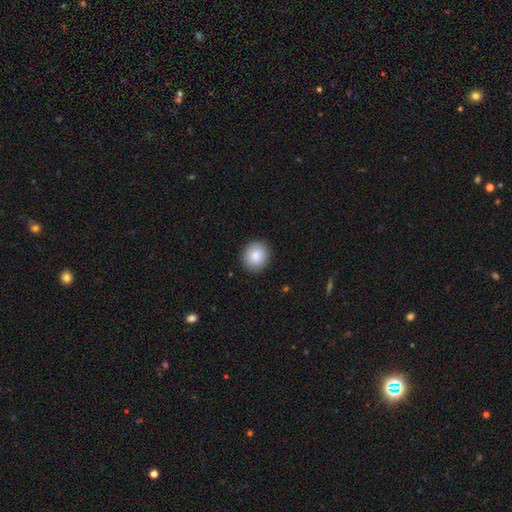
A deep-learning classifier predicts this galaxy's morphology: The model was most divided on "how rounded": round: 84%, in between: 16%, cigar-shaped: 1%. More confident: merging — none (90%); smooth or featured — smooth (87%).